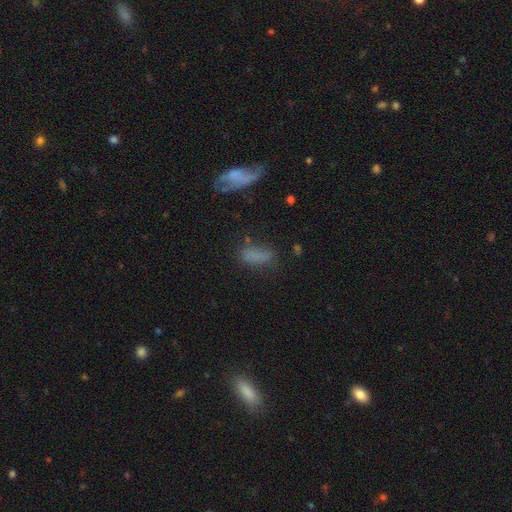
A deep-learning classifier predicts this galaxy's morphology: Smooth or featured?
  - smooth: 69% *
  - featured or disk: 17%
  - star or artifact: 14%
How rounded?
  - in between: 76% *
  - cigar-shaped: 19%
  - round: 5%
Merging?
  - none: 53% *
  - minor disturbance: 25%
  - major disturbance: 16%
  - merger: 7%